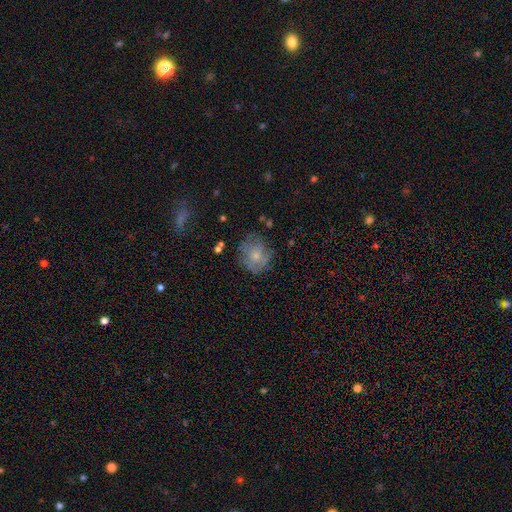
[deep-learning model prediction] smooth-or-featured: smooth: 64% | featured or disk: 26% | star or artifact: 10%
  how-rounded: round: 75% | in between: 24% | cigar-shaped: 1%
  merging: none: 64% | minor disturbance: 24% | major disturbance: 10% | merger: 2%